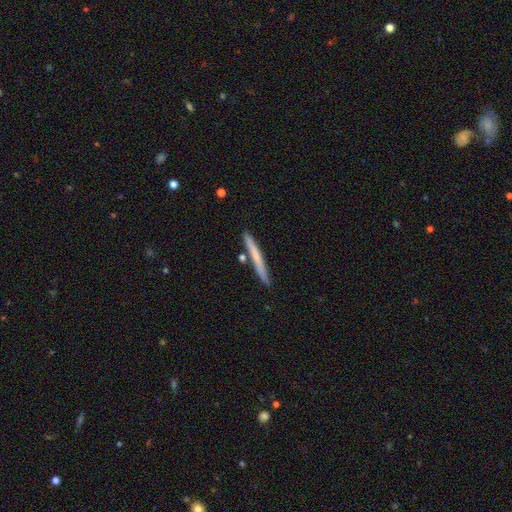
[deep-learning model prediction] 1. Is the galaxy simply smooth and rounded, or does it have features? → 61% smooth, 33% featured or disk, 6% star or artifact.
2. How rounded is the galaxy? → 97% cigar-shaped, 2% in between, 1% round.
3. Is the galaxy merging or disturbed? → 84% none, 9% minor disturbance, 4% merger, 2% major disturbance.